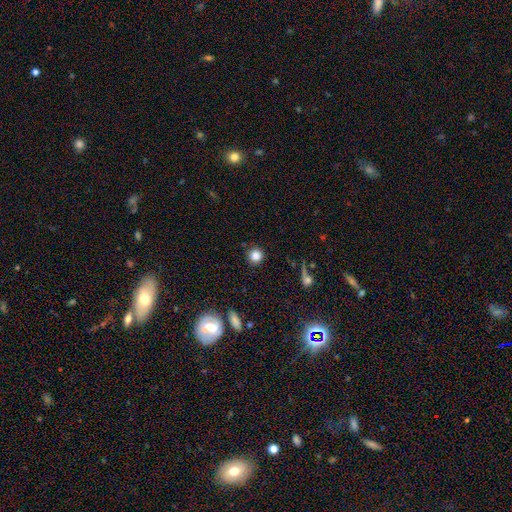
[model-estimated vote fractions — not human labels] Morphology: type=smooth (84%); roundness=round (92%); merging=none (88%).